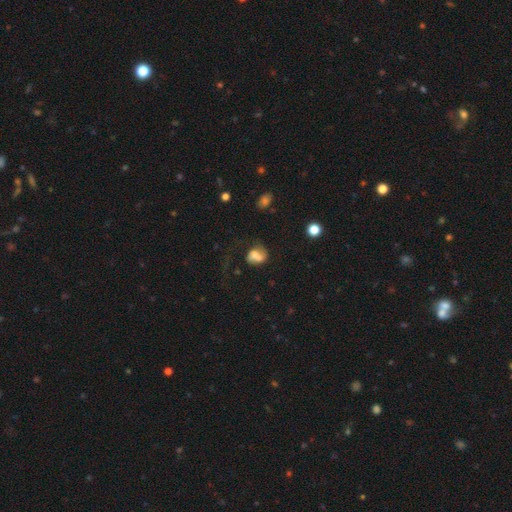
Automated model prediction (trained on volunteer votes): smooth_or_featured: smooth (p=0.58) [alt: featured or disk p=0.30]
how_rounded: in between (p=0.50) [alt: round p=0.49]
merging: merger (p=0.46) [alt: none p=0.27]